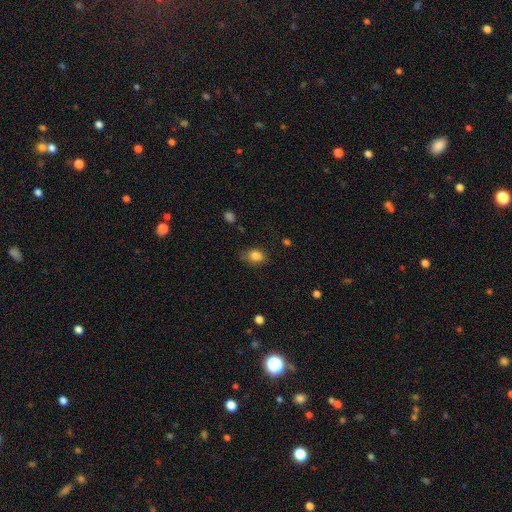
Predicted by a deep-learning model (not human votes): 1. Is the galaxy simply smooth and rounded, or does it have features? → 84% smooth, 10% star or artifact, 6% featured or disk.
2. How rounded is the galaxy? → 63% in between, 36% round, 1% cigar-shaped.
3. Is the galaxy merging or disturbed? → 71% none, 22% minor disturbance, 5% major disturbance, 1% merger.